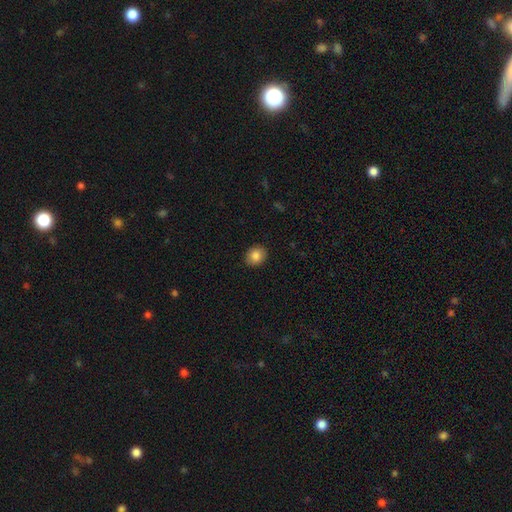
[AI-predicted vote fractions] A smooth galaxy with no disk features (85%) that is round (70%).

Vote fractions:
- Smooth or featured? smooth: 85% / star or artifact: 9% / featured or disk: 6%
- How rounded? round: 70% / in between: 29% / cigar-shaped: 1%
- Merging? none: 90% / minor disturbance: 7% / major disturbance: 2% / merger: 1%